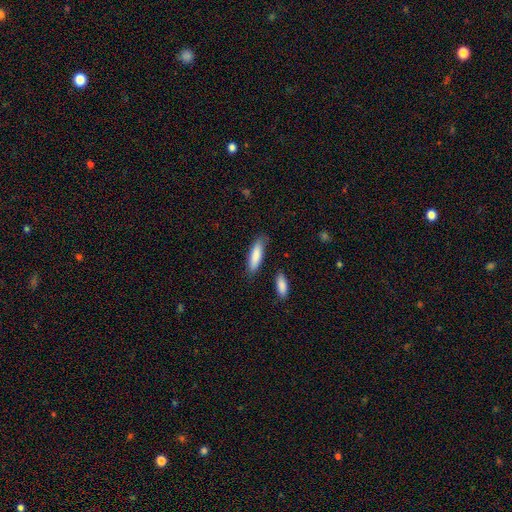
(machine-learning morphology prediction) Q: Smooth or featured?
A: smooth (85%); runner-up: featured or disk (9%)
Q: How rounded?
A: cigar-shaped (62%); runner-up: in between (37%)
Q: Merging?
A: none (79%); runner-up: minor disturbance (14%)